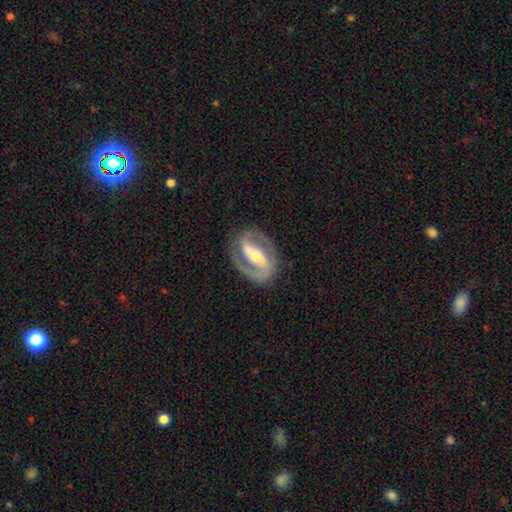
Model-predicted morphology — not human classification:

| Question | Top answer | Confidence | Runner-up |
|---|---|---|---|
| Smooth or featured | featured or disk | 88% | smooth (8%) |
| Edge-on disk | no | 96% | yes (4%) |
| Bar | strong | 70% | weak (20%) |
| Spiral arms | yes | 94% | no (6%) |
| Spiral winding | medium | 46% | tight (41%) |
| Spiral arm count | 2 | 88% | 1 (5%) |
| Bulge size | moderate | 50% | small (43%) |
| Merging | none | 83% | minor disturbance (11%) |